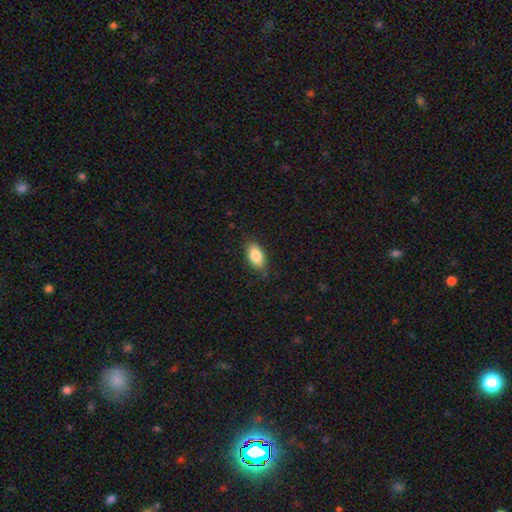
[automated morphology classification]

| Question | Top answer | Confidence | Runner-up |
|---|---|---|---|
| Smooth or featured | smooth | 84% | featured or disk (10%) |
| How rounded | in between | 91% | cigar-shaped (5%) |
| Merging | none | 79% | minor disturbance (17%) |